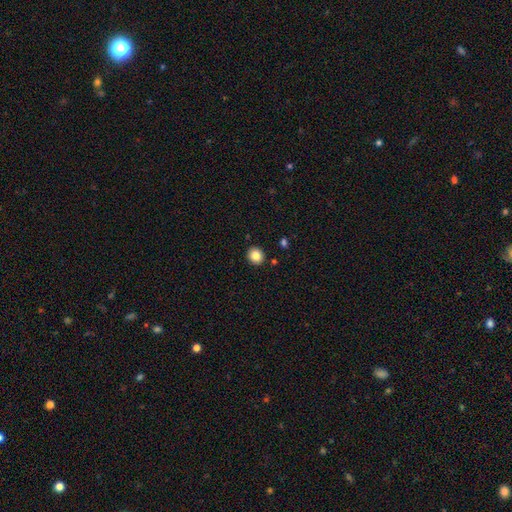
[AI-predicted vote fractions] Overall: smooth (84%). How rounded: round (84%). Merging: none (91%).